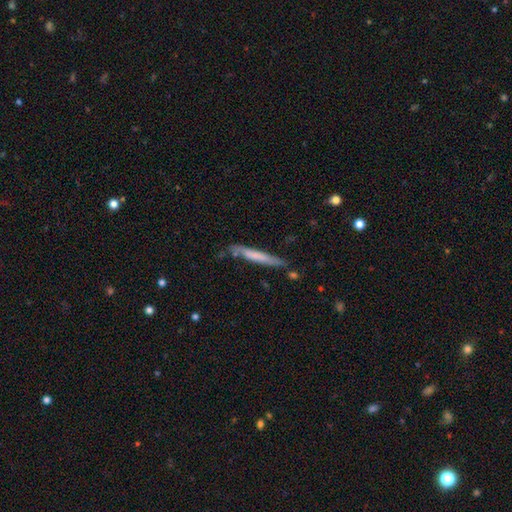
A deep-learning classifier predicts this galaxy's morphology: Smooth or featured? Predicted: smooth (p=0.56). How rounded? Predicted: cigar-shaped (p=0.95). Merging? Predicted: none (p=0.72).